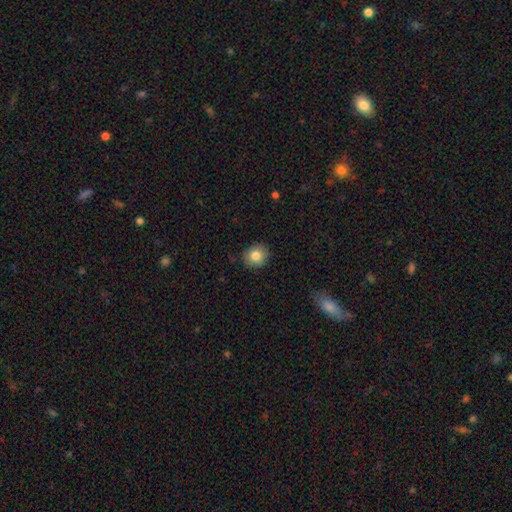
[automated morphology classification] Smooth or featured? smooth (83%)
How rounded? round (81%)
Merging? none (88%)